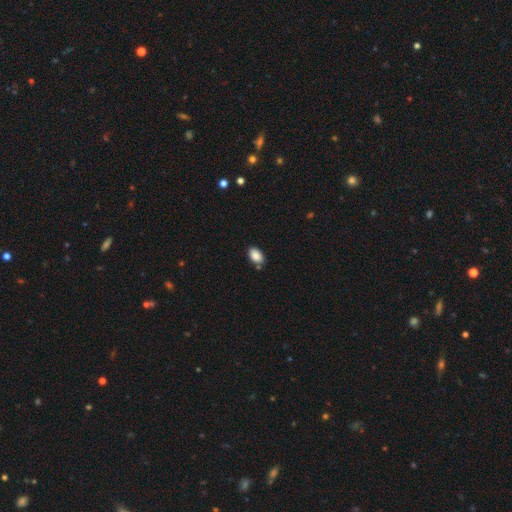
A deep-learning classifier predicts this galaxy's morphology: A smooth galaxy with no disk features (88%) that is in between round and cigar-shaped (91%).

Vote fractions:
- Smooth or featured? smooth: 88% / star or artifact: 8% / featured or disk: 4%
- How rounded? in between: 91% / round: 8% / cigar-shaped: 1%
- Merging? none: 79% / minor disturbance: 14% / merger: 4% / major disturbance: 3%